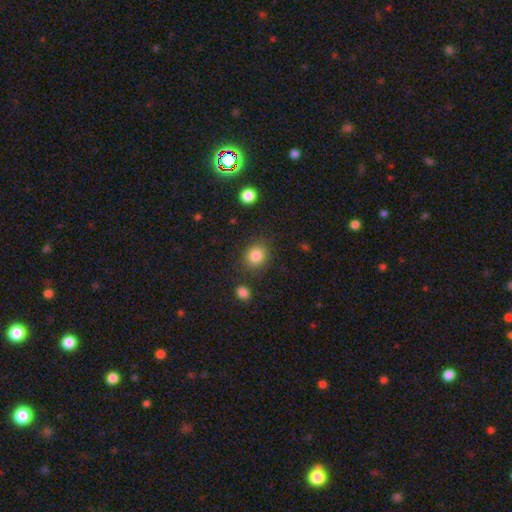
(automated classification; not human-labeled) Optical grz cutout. It shows a smooth galaxy with no disk features (85%) that is round (80%). Merging: none (83%).